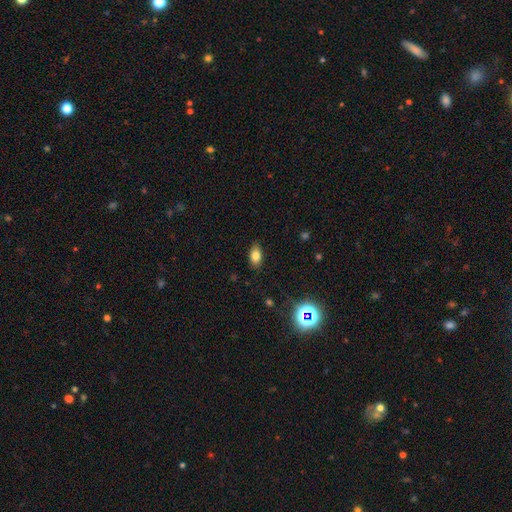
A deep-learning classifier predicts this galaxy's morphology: smooth-or-featured: smooth: 79% | star or artifact: 11% | featured or disk: 10%
  how-rounded: in between: 87% | round: 8% | cigar-shaped: 5%
  merging: none: 86% | minor disturbance: 11% | major disturbance: 2% | merger: 1%